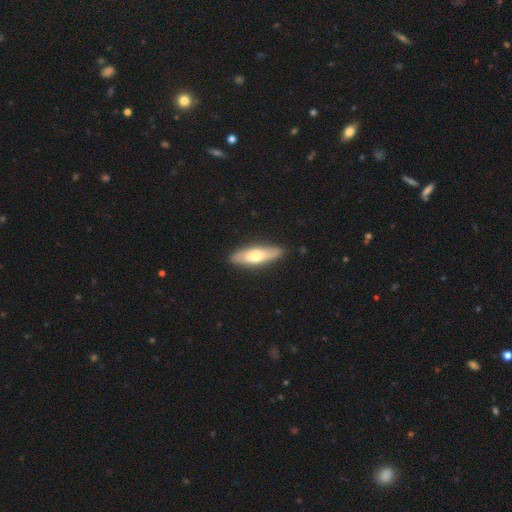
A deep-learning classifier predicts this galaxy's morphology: Q: Smooth or featured?
A: smooth (57%); runner-up: featured or disk (38%)
Q: How rounded?
A: cigar-shaped (54%); runner-up: in between (44%)
Q: Merging?
A: none (88%); runner-up: minor disturbance (9%)